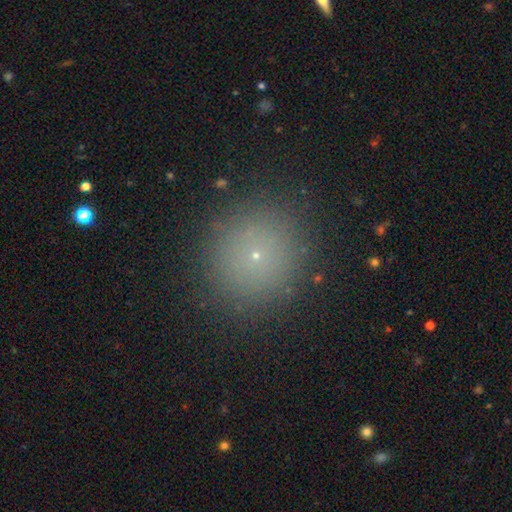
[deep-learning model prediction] smooth_or_featured: smooth (p=0.69) [alt: star or artifact p=0.22]
how_rounded: round (p=0.94) [alt: in between p=0.06]
merging: none (p=0.90) [alt: minor disturbance p=0.06]